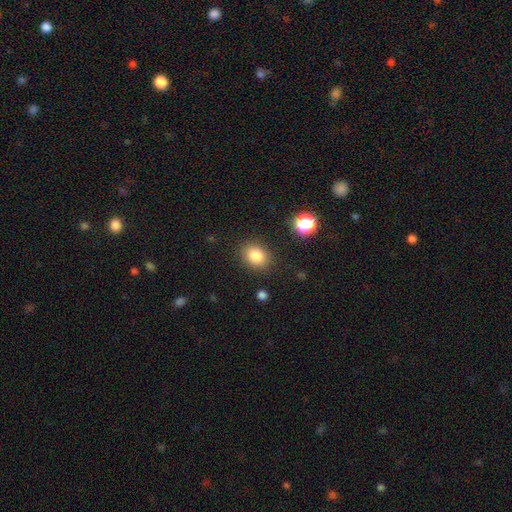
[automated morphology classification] Smooth or featured? smooth (83%)
How rounded? in between (52%)
Merging? none (85%)